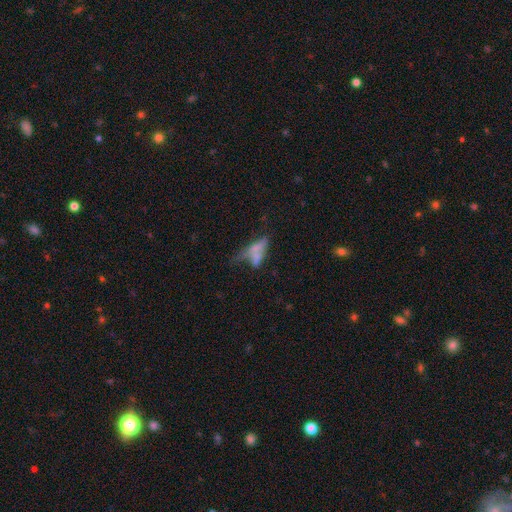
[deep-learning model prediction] Smooth or featured? Predicted: featured or disk (p=0.42). Merging? Predicted: merger (p=0.35).